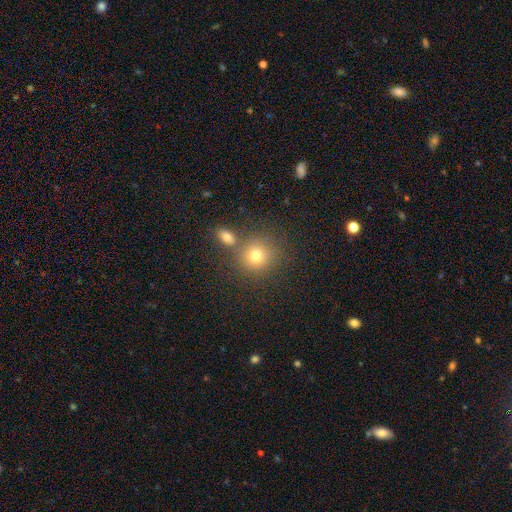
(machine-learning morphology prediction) This appears to be a smooth galaxy with no disk features (75%) that is round (87%). Merging: none (66%).